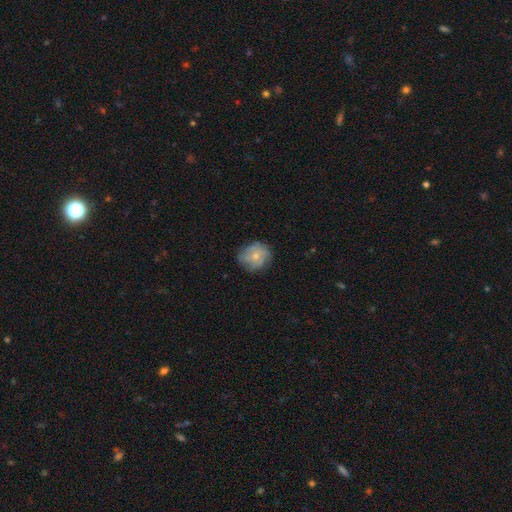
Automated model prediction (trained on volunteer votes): Q: Smooth or featured?
A: smooth (56%); runner-up: featured or disk (35%)
Q: How rounded?
A: round (80%); runner-up: in between (19%)
Q: Merging?
A: none (74%); runner-up: minor disturbance (20%)